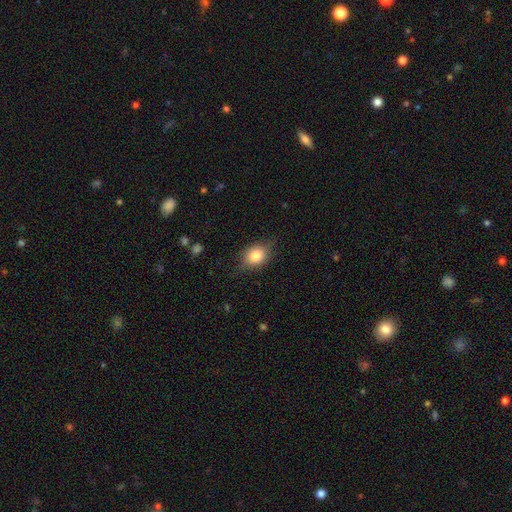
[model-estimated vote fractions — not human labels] smooth-or-featured: smooth: 77% | featured or disk: 14% | star or artifact: 9%
  how-rounded: in between: 55% | round: 43% | cigar-shaped: 2%
  merging: none: 71% | minor disturbance: 22% | major disturbance: 6% | merger: 1%